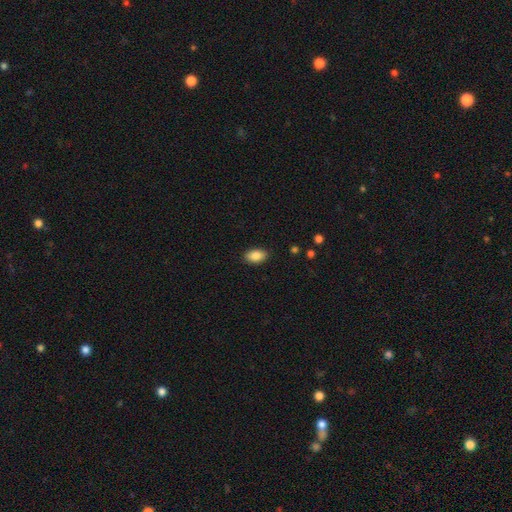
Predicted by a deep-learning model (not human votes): Q: Smooth or featured?
A: smooth (87%); runner-up: star or artifact (8%)
Q: How rounded?
A: in between (92%); runner-up: round (6%)
Q: Merging?
A: none (88%); runner-up: minor disturbance (9%)